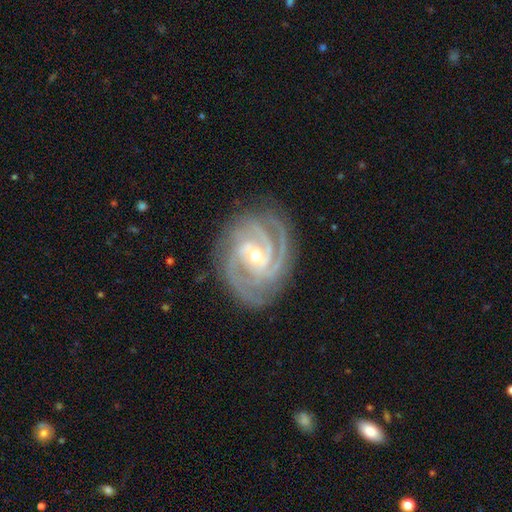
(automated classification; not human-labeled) This appears to be a featured or disk galaxy (93%) with a weak bar (40%, tied with no), 3 (48%) tight (67%) spiral arms (99%) and a moderate central bulge (56%). Merging: none (79%).